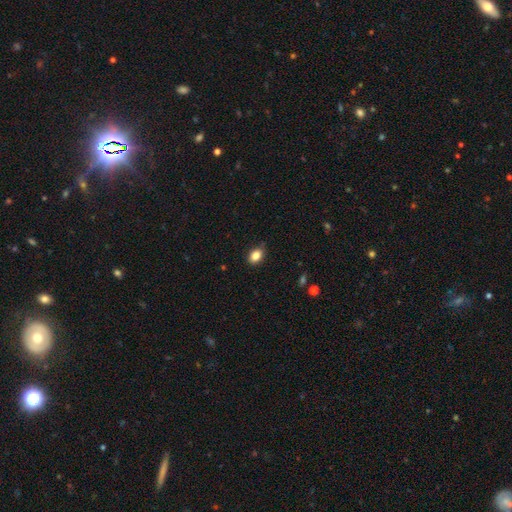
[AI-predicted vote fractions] smooth_or_featured: smooth (p=0.84) [alt: star or artifact p=0.10]
how_rounded: in between (p=0.75) [alt: round p=0.24]
merging: none (p=0.81) [alt: minor disturbance p=0.16]